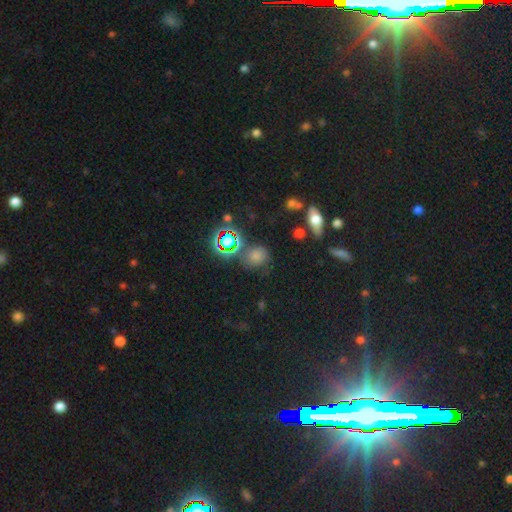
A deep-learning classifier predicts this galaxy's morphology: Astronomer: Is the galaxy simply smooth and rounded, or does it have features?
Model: smooth — 60%.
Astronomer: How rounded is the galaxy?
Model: round — 69%.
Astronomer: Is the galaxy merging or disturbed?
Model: none — 69%.